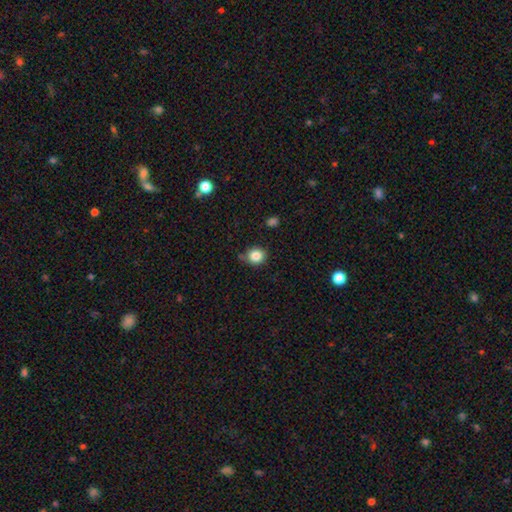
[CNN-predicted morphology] Smooth or featured? smooth (84%)
How rounded? round (84%)
Merging? none (75%)